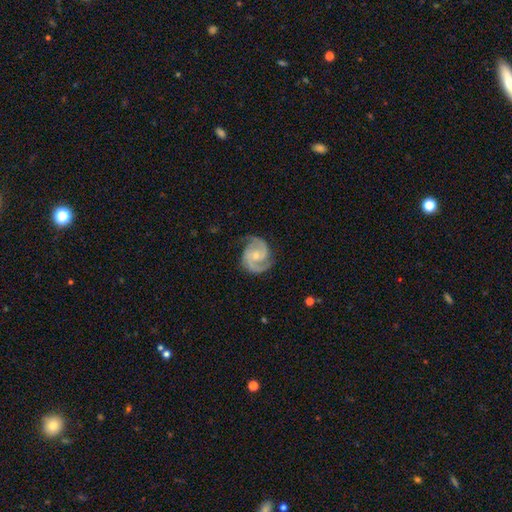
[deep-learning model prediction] featured or disk 90%, smooth 6%, star or artifact 4%. Down the decision tree: edge-on disk — no (98%); bar — no (62%); spiral arms — yes (98%); spiral arm count — 2 (90%); spiral winding — medium (54%); bulge size — small (52%); merging — none (78%).